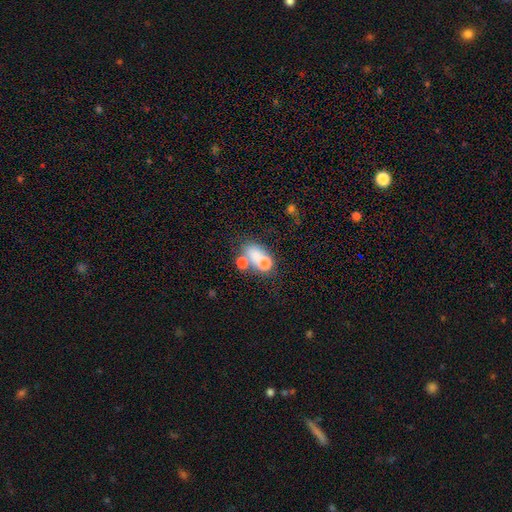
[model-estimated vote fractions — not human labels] Smooth or featured?
  - smooth: 65% *
  - featured or disk: 21%
  - star or artifact: 14%
How rounded?
  - in between: 65% *
  - round: 34%
  - cigar-shaped: 2%
Merging?
  - merger: 56% *
  - none: 25%
  - major disturbance: 10%
  - minor disturbance: 9%